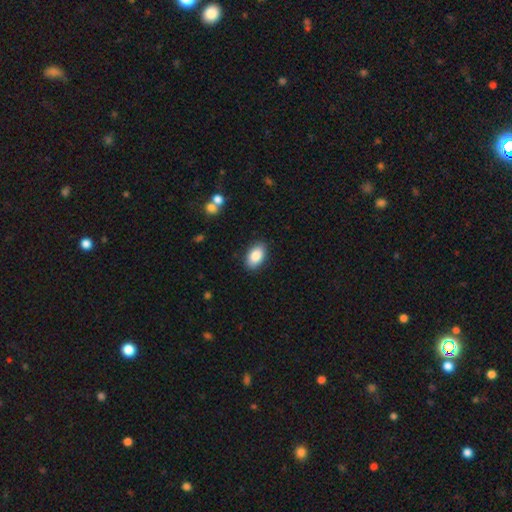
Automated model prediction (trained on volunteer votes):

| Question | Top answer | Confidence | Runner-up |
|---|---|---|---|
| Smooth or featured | smooth | 87% | star or artifact (7%) |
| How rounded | in between | 93% | round (6%) |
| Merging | none | 89% | minor disturbance (8%) |